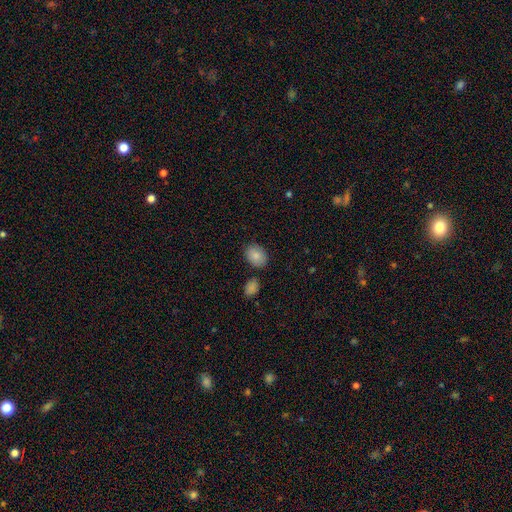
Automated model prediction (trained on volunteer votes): smooth-or-featured: smooth: 86% | star or artifact: 7% | featured or disk: 6%
  how-rounded: in between: 76% | round: 23% | cigar-shaped: 1%
  merging: none: 78% | minor disturbance: 13% | merger: 6% | major disturbance: 3%